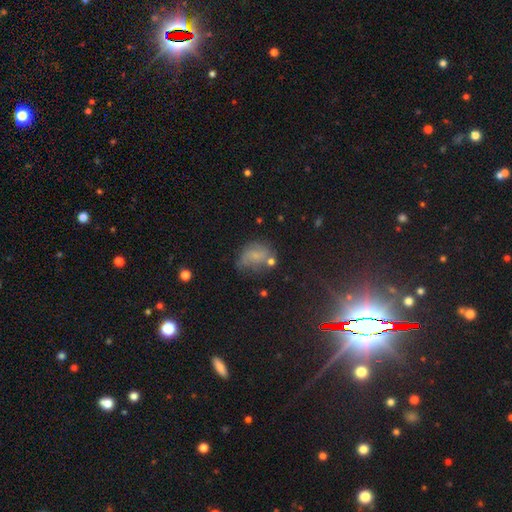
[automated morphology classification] Smooth or featured? smooth (49%)
Merging? none (41%)